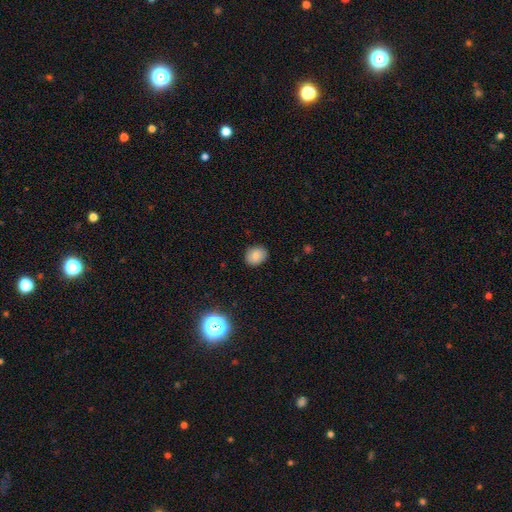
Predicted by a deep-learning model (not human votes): This appears to be a smooth galaxy with no disk features (83%) that is round (61%). Merging: none (88%).